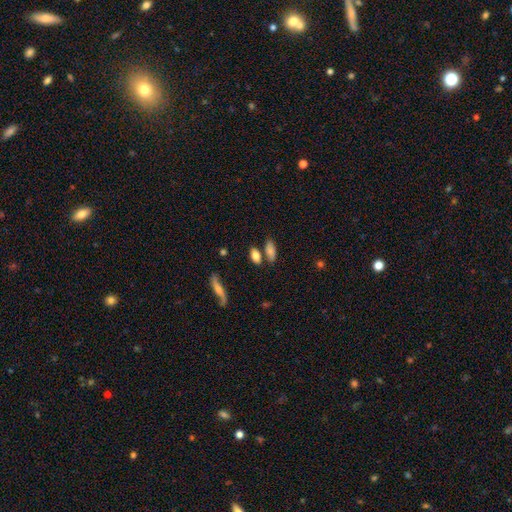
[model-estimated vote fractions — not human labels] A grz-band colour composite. It shows a smooth galaxy with no disk features (79%) that is in between round and cigar-shaped (82%). Merging: none (67%).